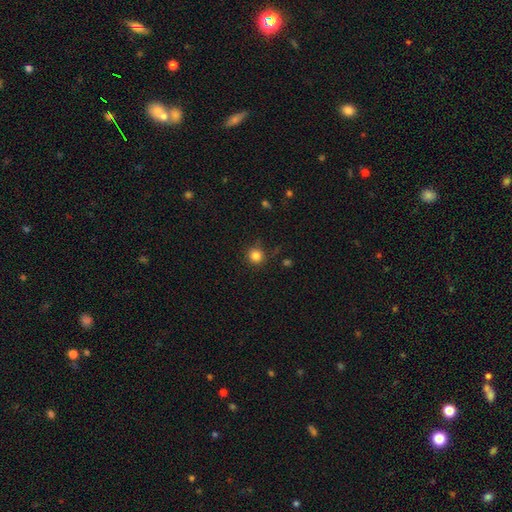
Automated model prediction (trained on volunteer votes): smooth 83%, star or artifact 12%, featured or disk 4%. Down the decision tree: how rounded — round (93%); merging — none (85%).